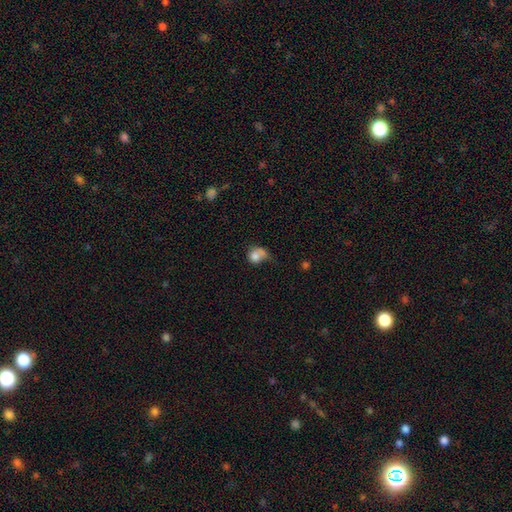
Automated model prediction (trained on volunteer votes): Smooth or featured: smooth — 74% (featured or disk — 17%)
How rounded: round — 66% (in between — 32%)
Merging: major disturbance — 30% (none — 28%)